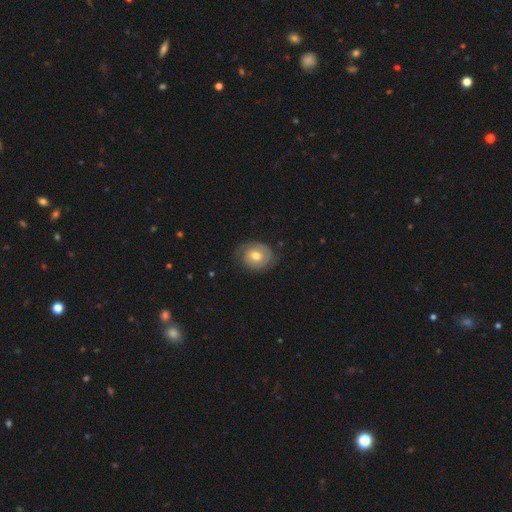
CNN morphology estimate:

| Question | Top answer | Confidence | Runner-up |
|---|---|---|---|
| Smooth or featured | featured or disk | 48% | smooth (45%) |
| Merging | none | 69% | minor disturbance (22%) |